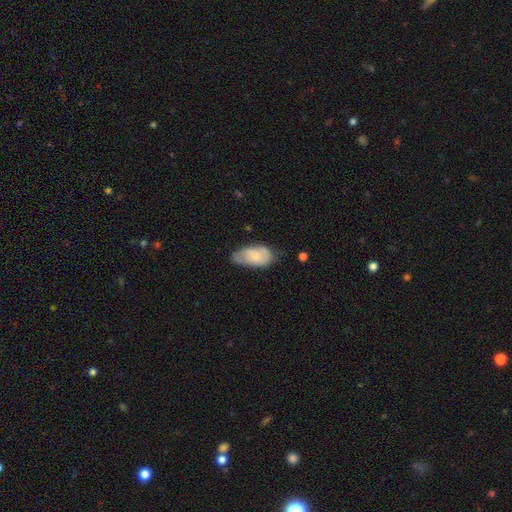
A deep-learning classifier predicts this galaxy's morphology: This is likely a smooth galaxy (64%). How rounded: clearly in between (92%). Merging: possibly none (48%).